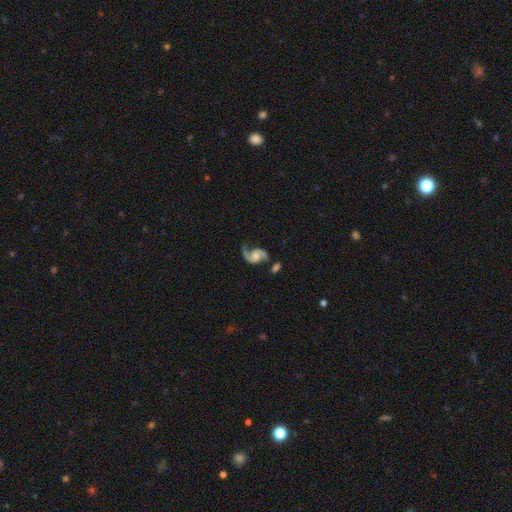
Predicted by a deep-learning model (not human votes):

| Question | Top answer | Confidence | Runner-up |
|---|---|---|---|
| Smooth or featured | featured or disk | 88% | smooth (6%) |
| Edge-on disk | no | 98% | yes (2%) |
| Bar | no | 57% | weak (34%) |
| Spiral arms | yes | 97% | no (3%) |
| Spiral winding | loose | 51% | medium (41%) |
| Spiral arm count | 2 | 89% | 1 (7%) |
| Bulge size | moderate | 32% | small (28%) |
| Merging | none | 57% | minor disturbance (18%) |